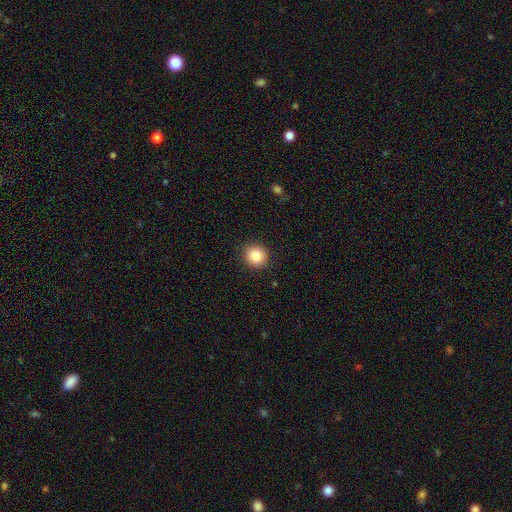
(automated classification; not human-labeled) smooth-or-featured: smooth: 86% | star or artifact: 9% | featured or disk: 5%
  how-rounded: round: 93% | in between: 6% | cigar-shaped: 1%
  merging: none: 92% | minor disturbance: 6% | major disturbance: 2% | merger: 1%